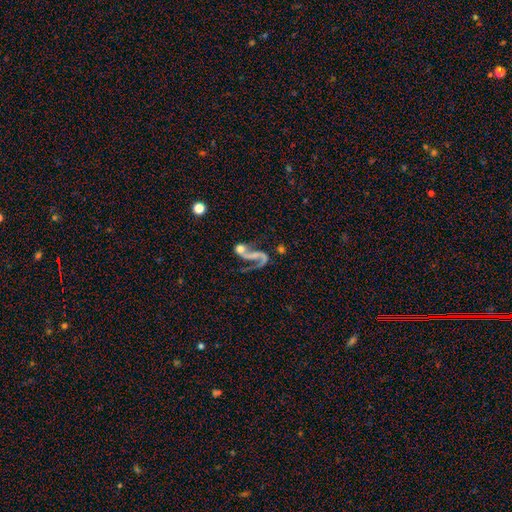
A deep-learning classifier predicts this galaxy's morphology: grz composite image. It shows a featured or disk galaxy (76%) with no bar (54%), 2 (61%) loose (76%) spiral arms (85%) and no central bulge (43%). Merging: merger (36%).